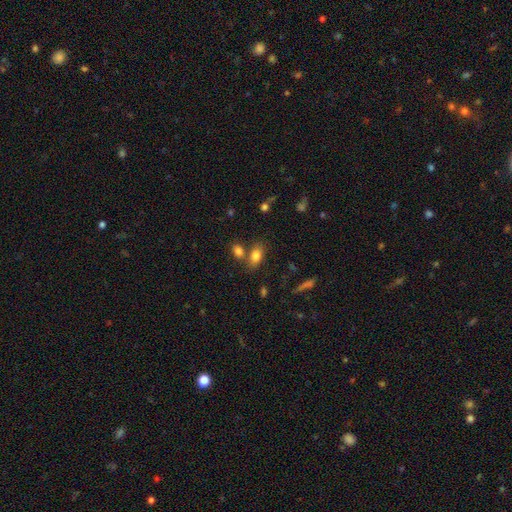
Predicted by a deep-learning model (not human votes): The model was most divided on "merging": none: 60%, merger: 25%, minor disturbance: 12%, major disturbance: 4%. More confident: how rounded — in between (85%); smooth or featured — smooth (81%).